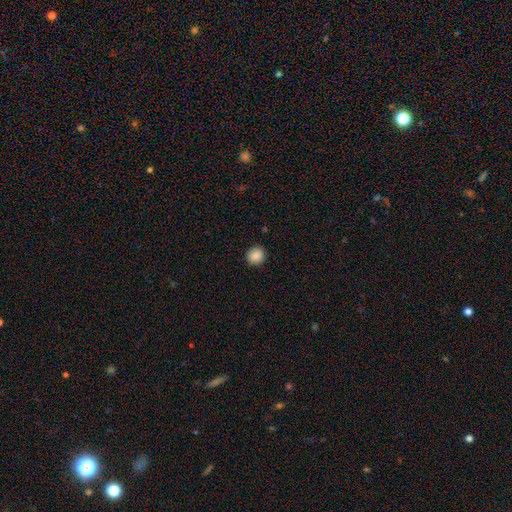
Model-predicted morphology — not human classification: Smooth or featured?
  - smooth: 89% *
  - star or artifact: 9%
  - featured or disk: 3%
How rounded?
  - round: 85% *
  - in between: 14%
  - cigar-shaped: 1%
Merging?
  - none: 91% *
  - minor disturbance: 6%
  - major disturbance: 2%
  - merger: 1%